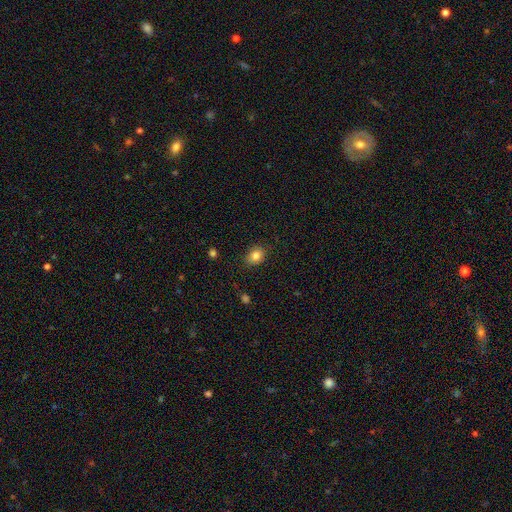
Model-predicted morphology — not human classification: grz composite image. It shows a smooth galaxy with no disk features (83%) that is in between round and cigar-shaped (58%). Merging: none (85%).